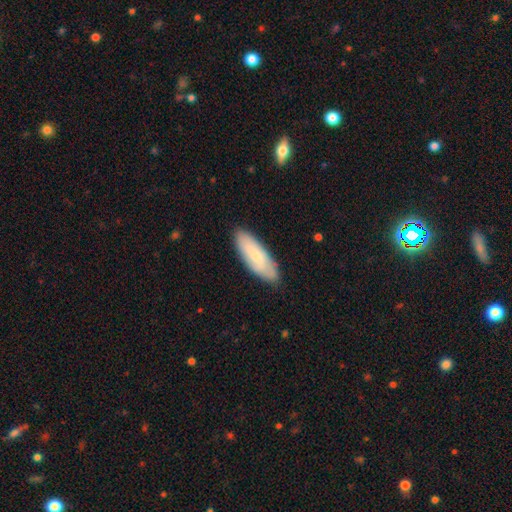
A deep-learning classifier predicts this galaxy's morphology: Overall: smooth (71%). How rounded: in between (63%; cigar-shaped 35%). Merging: none (82%).